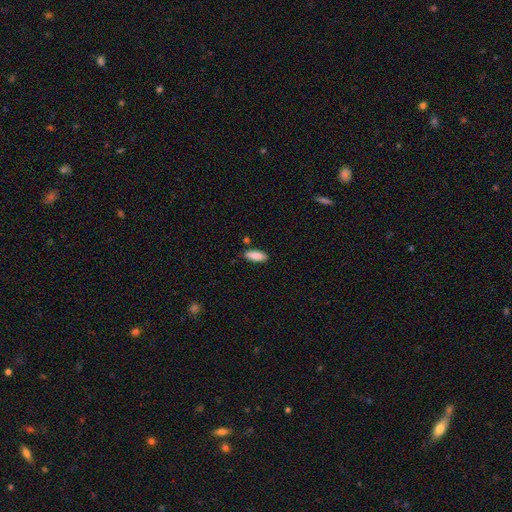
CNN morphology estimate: Overall: smooth (87%). How rounded: in between (78%). Merging: none (83%).